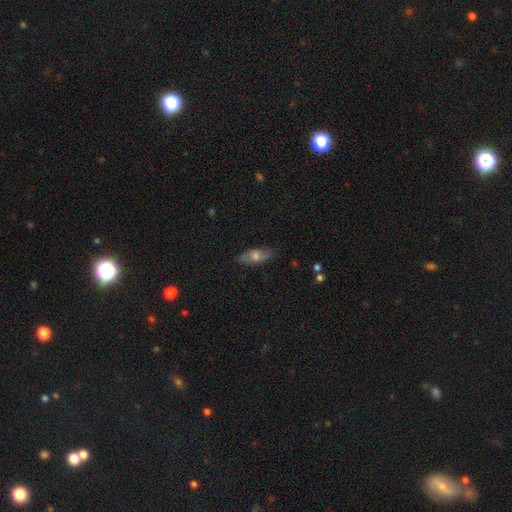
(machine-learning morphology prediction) This is possibly a smooth galaxy (52%). How rounded: likely in between (79%). Merging: likely none (79%).